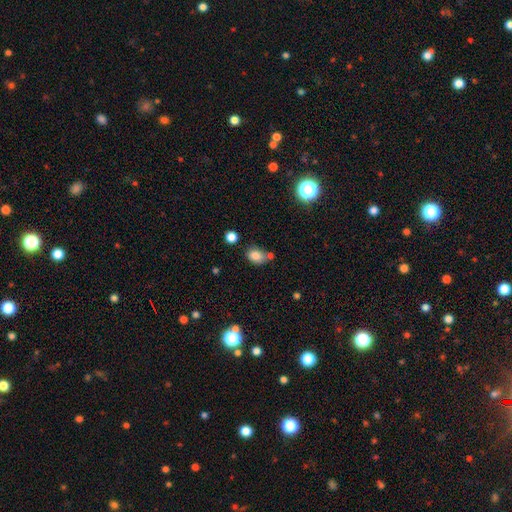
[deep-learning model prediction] A smooth galaxy with no disk features (82%) that is in between round and cigar-shaped (66%).

Vote fractions:
- Smooth or featured? smooth: 82% / star or artifact: 11% / featured or disk: 6%
- How rounded? in between: 66% / round: 33% / cigar-shaped: 1%
- Merging? none: 56% / minor disturbance: 20% / merger: 19% / major disturbance: 6%